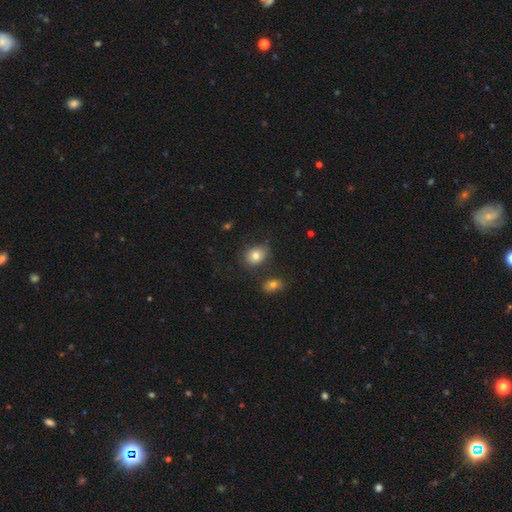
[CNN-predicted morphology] smooth_or_featured: smooth (p=0.80) [alt: featured or disk p=0.11]
how_rounded: in between (p=0.67) [alt: round p=0.32]
merging: none (p=0.72) [alt: minor disturbance p=0.17]